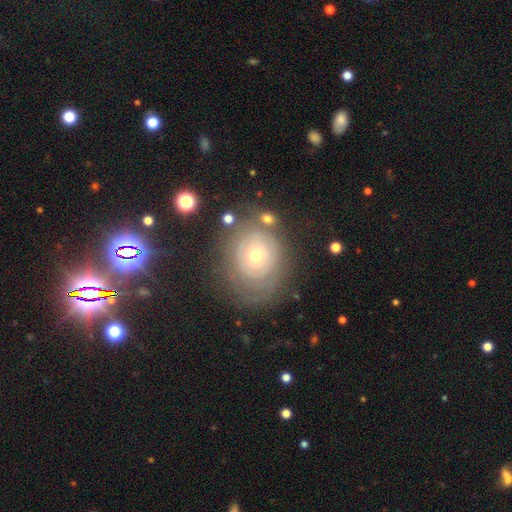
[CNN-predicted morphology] smooth_or_featured: featured or disk (p=0.62) [alt: smooth p=0.27]
disk_edge_on: no (p=0.96) [alt: yes p=0.04]
bar: no (p=0.87) [alt: weak p=0.10]
has_spiral_arms: yes (p=0.62) [alt: no p=0.38]
bulge_size: moderate (p=0.51) [alt: small p=0.44]
merging: none (p=0.70) [alt: minor disturbance p=0.17]